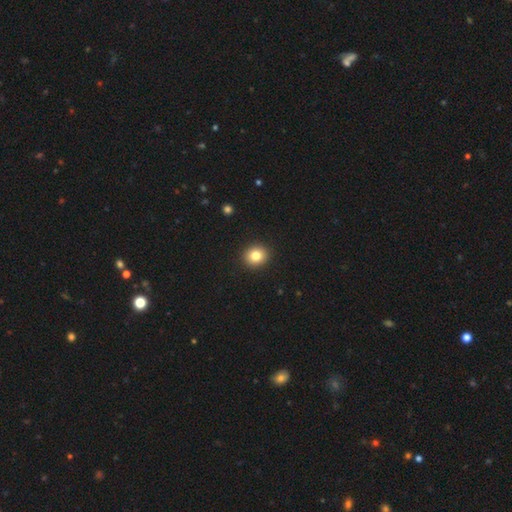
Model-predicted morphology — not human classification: Smooth or featured?
  - smooth: 82% *
  - star or artifact: 10%
  - featured or disk: 8%
How rounded?
  - round: 83% *
  - in between: 16%
  - cigar-shaped: 1%
Merging?
  - none: 92% *
  - minor disturbance: 5%
  - major disturbance: 2%
  - merger: 1%